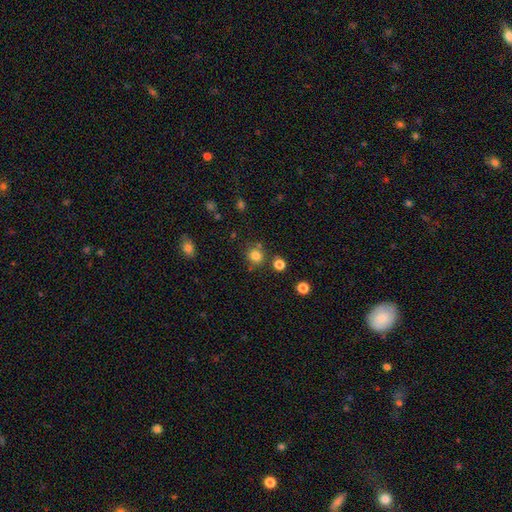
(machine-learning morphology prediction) A smooth galaxy with no disk features (81%) that is round (88%).

Vote fractions:
- Smooth or featured? smooth: 81% / star or artifact: 13% / featured or disk: 6%
- How rounded? round: 88% / in between: 11% / cigar-shaped: 1%
- Merging? none: 76% / minor disturbance: 11% / merger: 9% / major disturbance: 4%